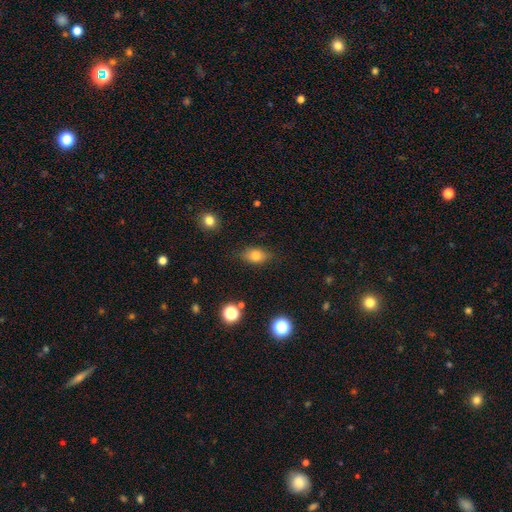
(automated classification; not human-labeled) This is likely a smooth galaxy (77%). How rounded: likely in between (80%). Merging: clearly none (81%).